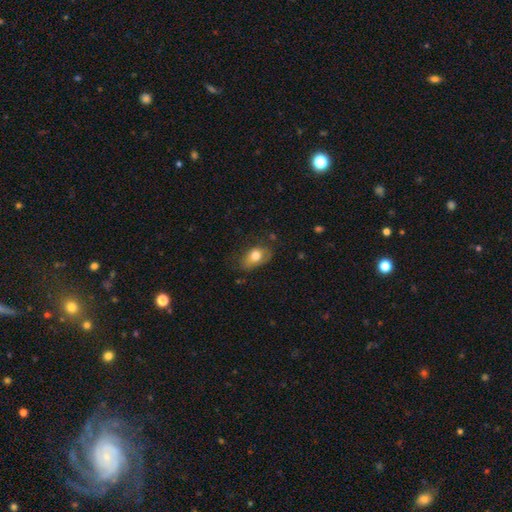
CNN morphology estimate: This appears to be a smooth galaxy with no disk features (75%) that is in between round and cigar-shaped (86%). Merging: none (56%).